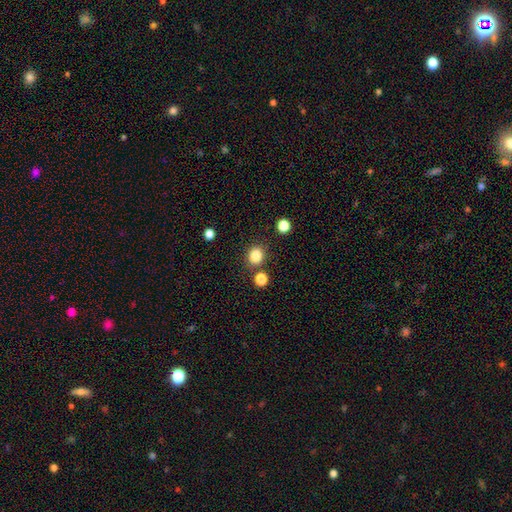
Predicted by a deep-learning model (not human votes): smooth 84%, star or artifact 12%, featured or disk 4%. Down the decision tree: how rounded — round (80%); merging — none (81%).